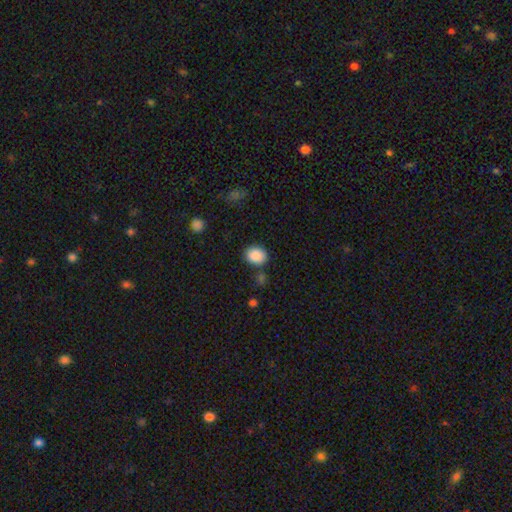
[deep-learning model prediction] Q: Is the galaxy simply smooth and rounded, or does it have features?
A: smooth — 88%.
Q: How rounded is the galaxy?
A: round — 60%.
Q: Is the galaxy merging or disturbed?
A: none — 78%.